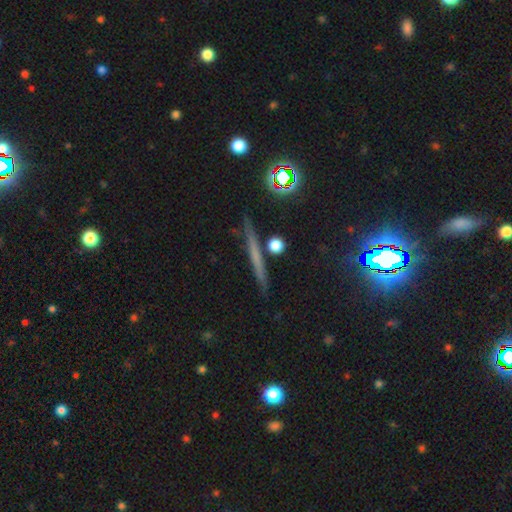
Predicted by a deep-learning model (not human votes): Smooth or featured?
  - smooth: 42% * (tied)
  - featured or disk: 42% * (tied)
  - star or artifact: 16%
Merging?
  - none: 88% *
  - minor disturbance: 8%
  - merger: 3%
  - major disturbance: 2%